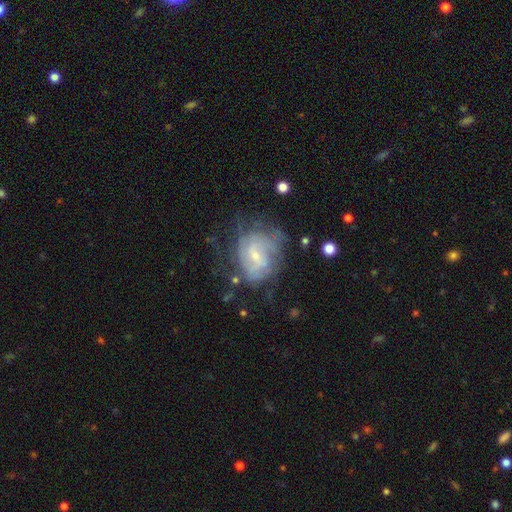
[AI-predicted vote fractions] smooth_or_featured: featured or disk (p=0.70) [alt: smooth p=0.22]
disk_edge_on: no (p=0.97) [alt: yes p=0.03]
bar: weak (p=0.48) [alt: no p=0.43]
has_spiral_arms: yes (p=0.78) [alt: no p=0.22]
spiral_winding: tight (p=0.48) [alt: medium p=0.37]
spiral_arm_count: can't tell (p=0.52) [alt: 2 p=0.22]
bulge_size: small (p=0.68) [alt: moderate p=0.24]
merging: none (p=0.51) [alt: minor disturbance p=0.25]